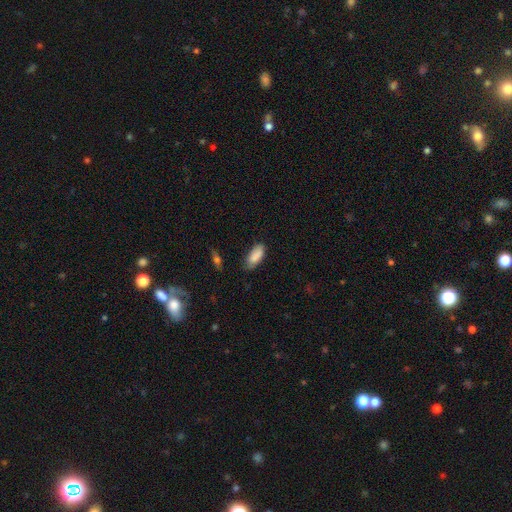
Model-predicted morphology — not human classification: Smooth or featured: smooth — 87% (star or artifact — 7%)
How rounded: in between — 86% (cigar-shaped — 12%)
Merging: none — 72% (minor disturbance — 23%)